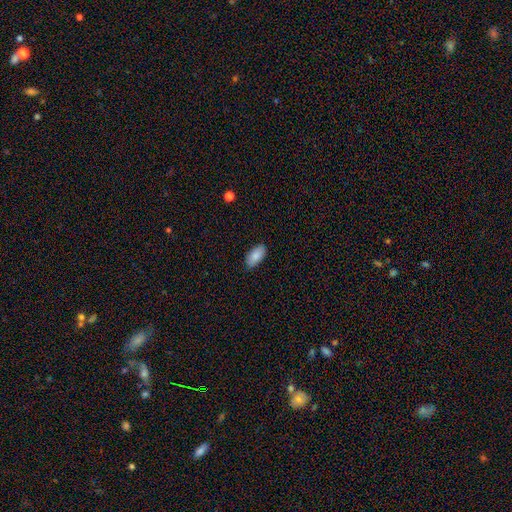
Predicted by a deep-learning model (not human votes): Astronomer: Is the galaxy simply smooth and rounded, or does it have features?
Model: smooth — 86%.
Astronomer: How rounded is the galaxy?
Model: in between — 94%.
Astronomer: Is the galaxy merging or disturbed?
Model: none — 86%.